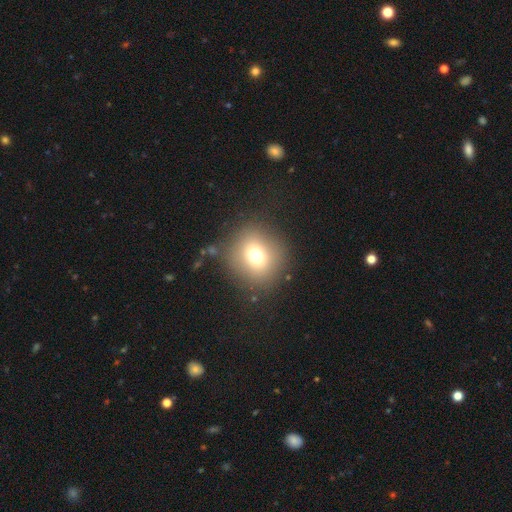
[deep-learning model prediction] Smooth or featured?
  - smooth: 71% *
  - star or artifact: 17%
  - featured or disk: 12%
How rounded?
  - round: 87% *
  - in between: 12%
  - cigar-shaped: 1%
Merging?
  - none: 84% *
  - minor disturbance: 9%
  - major disturbance: 5%
  - merger: 2%